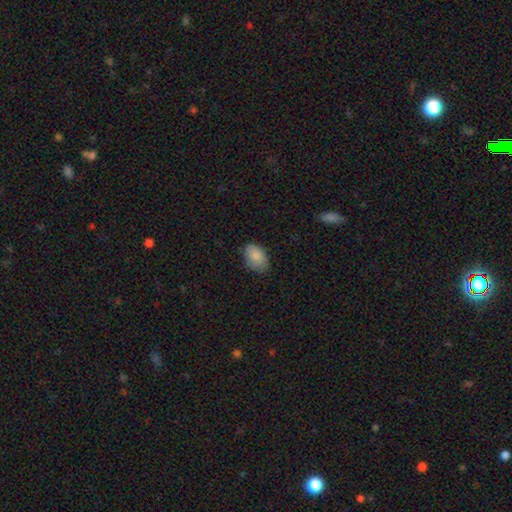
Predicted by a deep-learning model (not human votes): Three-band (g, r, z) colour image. It shows a smooth galaxy with no disk features (86%) that is in between round and cigar-shaped (90%). Merging: none (71%).